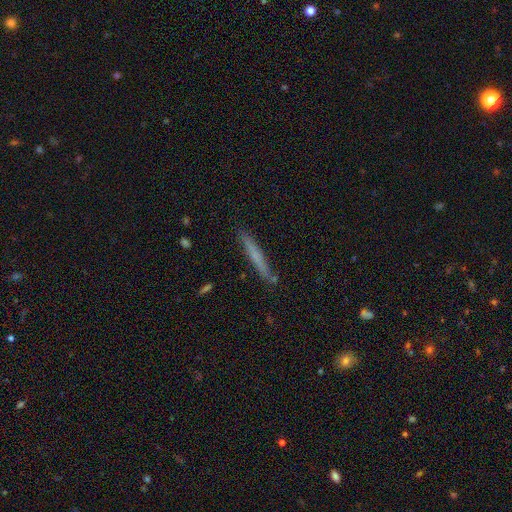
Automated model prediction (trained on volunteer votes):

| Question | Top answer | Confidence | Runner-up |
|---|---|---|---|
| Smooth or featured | smooth | 59% | featured or disk (34%) |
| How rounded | cigar-shaped | 96% | in between (3%) |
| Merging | none | 87% | minor disturbance (10%) |